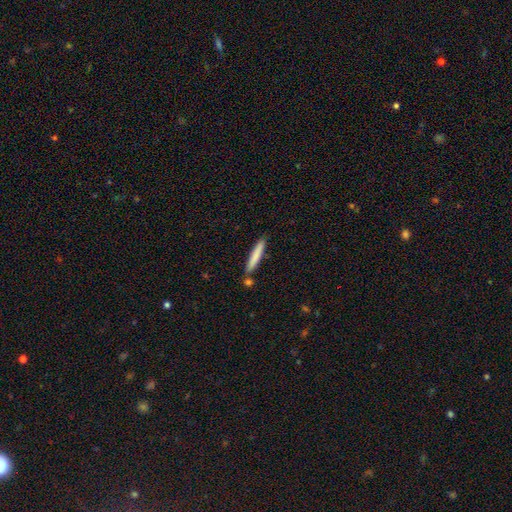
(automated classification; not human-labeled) The model was most divided on "smooth or featured": smooth: 79%, featured or disk: 16%, star or artifact: 6%. More confident: how rounded — cigar-shaped (93%); merging — none (81%).